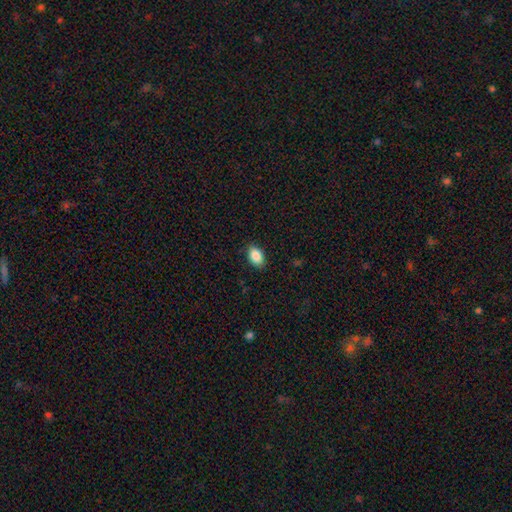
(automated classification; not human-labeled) Q: Smooth or featured?
A: smooth (88%); runner-up: star or artifact (7%)
Q: How rounded?
A: in between (89%); runner-up: round (9%)
Q: Merging?
A: none (87%); runner-up: minor disturbance (10%)